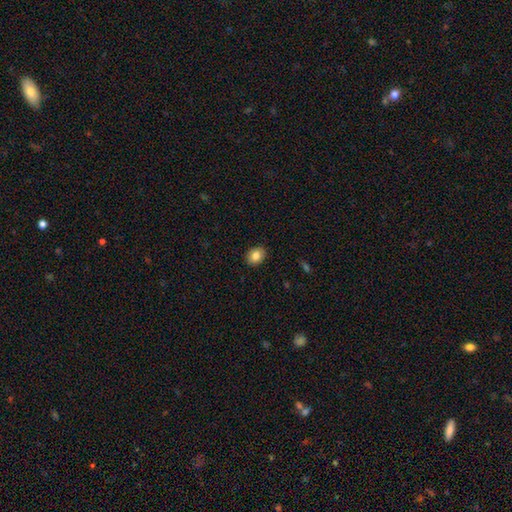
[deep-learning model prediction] Smooth or featured? smooth (82%)
How rounded? in between (54%)
Merging? none (89%)